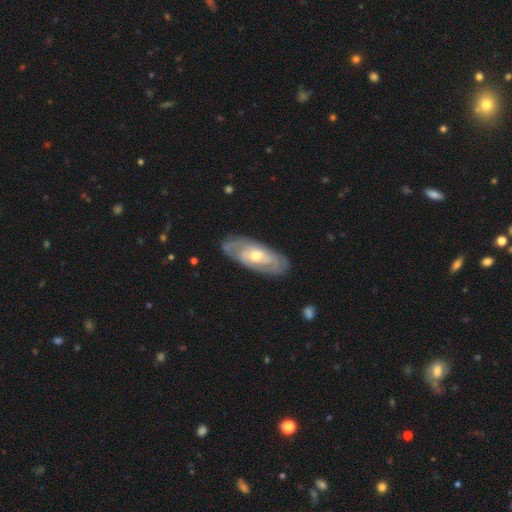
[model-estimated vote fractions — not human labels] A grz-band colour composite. It shows a featured or disk galaxy (75%) with no bar (65%), tight (66%) spiral arms (78%) and a moderate central bulge (62%). Merging: none (80%).